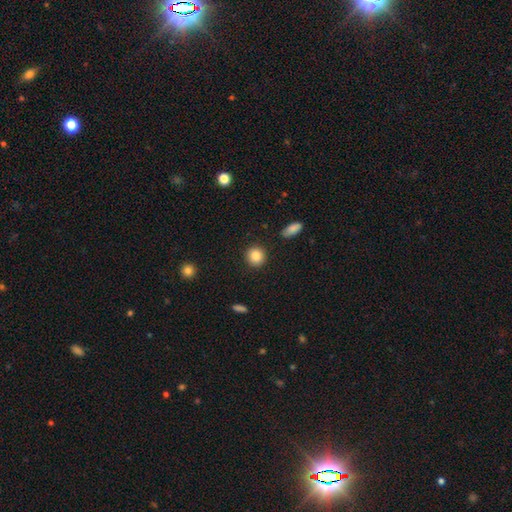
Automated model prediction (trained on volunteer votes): This is clearly a smooth galaxy (87%). How rounded: clearly round (88%). Merging: clearly none (90%).